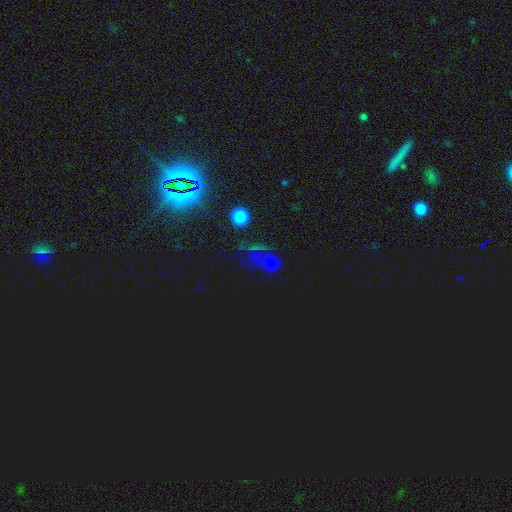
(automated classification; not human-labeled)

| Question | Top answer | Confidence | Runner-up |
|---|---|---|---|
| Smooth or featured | star or artifact | 47% | smooth (44%) |